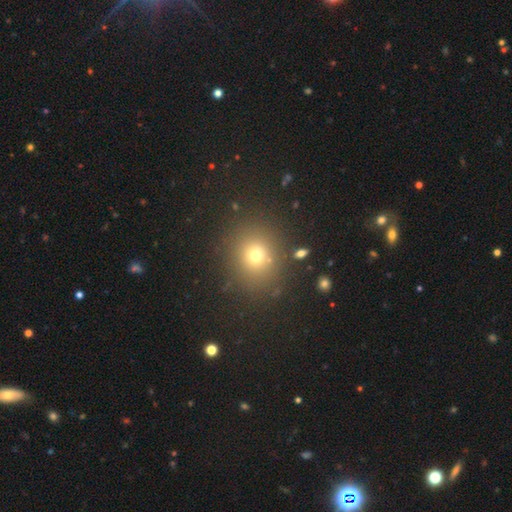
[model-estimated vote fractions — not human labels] smooth_or_featured: smooth (p=0.69) [alt: star or artifact p=0.21]
how_rounded: round (p=0.79) [alt: in between p=0.21]
merging: none (p=0.85) [alt: minor disturbance p=0.08]